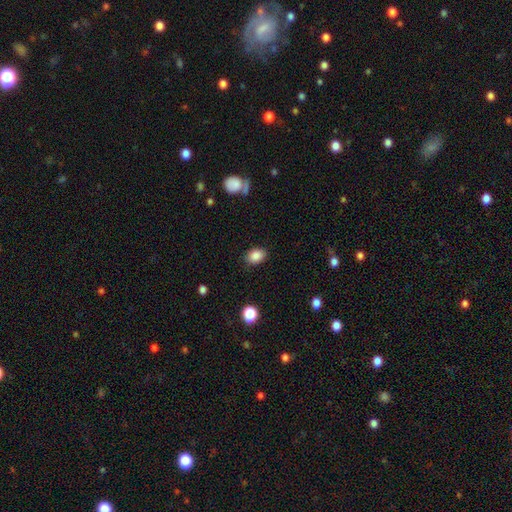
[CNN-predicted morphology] Smooth or featured: smooth — 86% (star or artifact — 9%)
How rounded: in between — 74% (round — 25%)
Merging: none — 85% (minor disturbance — 11%)